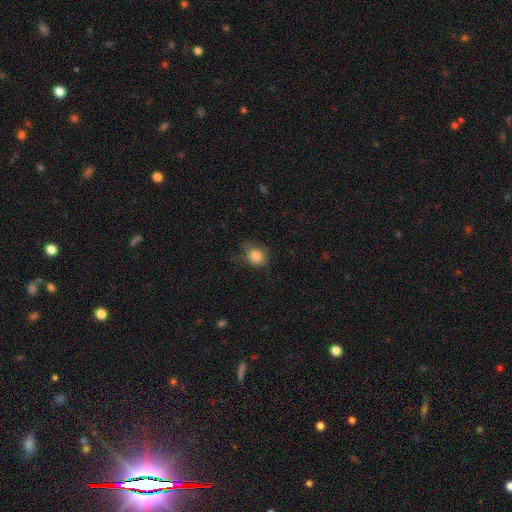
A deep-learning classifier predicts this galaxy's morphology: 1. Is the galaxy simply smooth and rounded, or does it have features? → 83% smooth, 10% star or artifact, 7% featured or disk.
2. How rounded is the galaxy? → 71% round, 29% in between, 1% cigar-shaped.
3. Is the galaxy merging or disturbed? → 62% none, 26% minor disturbance, 10% major disturbance, 1% merger.